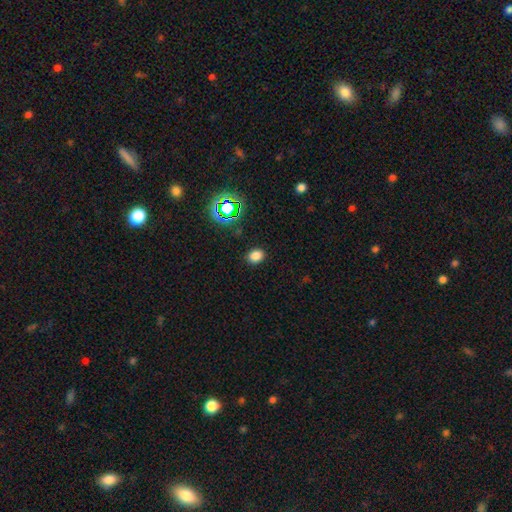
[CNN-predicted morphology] This appears to be a smooth galaxy with no disk features (79%) that is in between round and cigar-shaped (56%). Merging: none (88%).